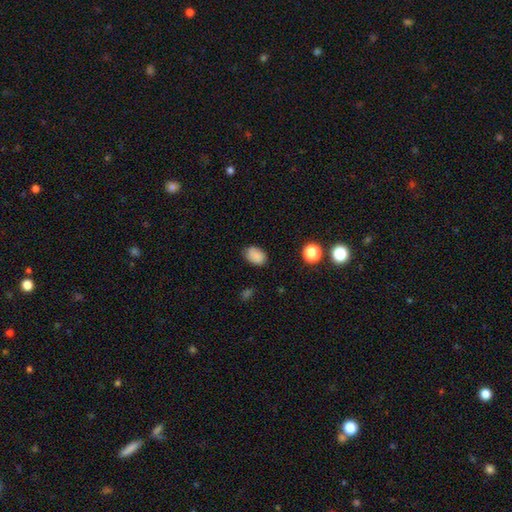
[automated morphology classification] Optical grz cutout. It shows a smooth galaxy with no disk features (85%) that is in between round and cigar-shaped (81%). Merging: none (78%).